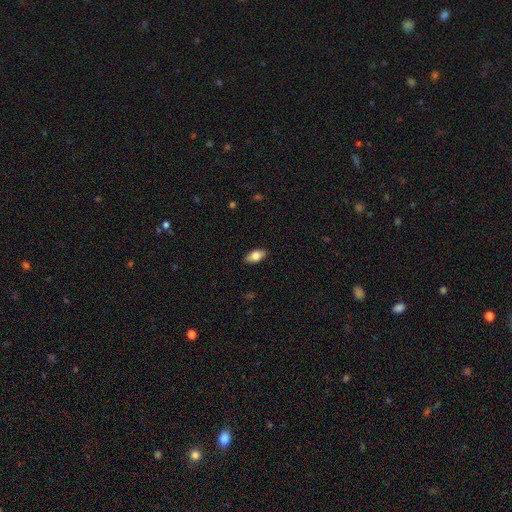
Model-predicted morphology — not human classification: Smooth or featured? smooth (77%)
How rounded? in between (90%)
Merging? none (87%)